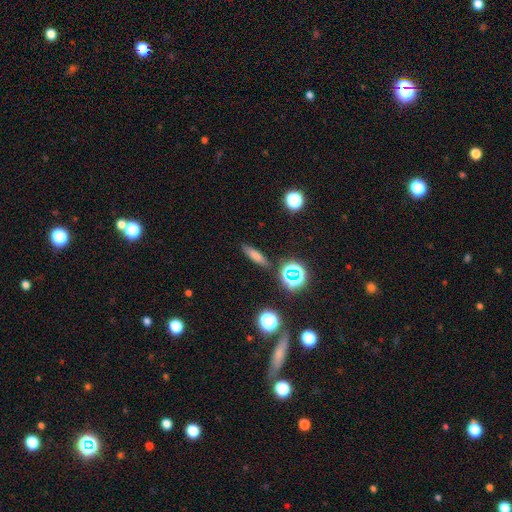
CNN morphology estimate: This is likely a smooth galaxy (69%). How rounded: likely cigar-shaped (65%). Merging: clearly none (87%).